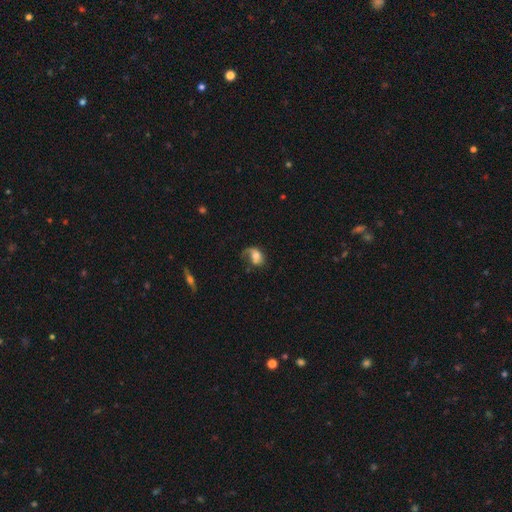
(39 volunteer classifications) Smooth or featured? featured or disk (56%)
Edge-on disk? no (95%)
Bar? no (76%)
Spiral arms? yes (86%)
Spiral winding? loose (56%)
Spiral arm count? 1 (78%)
Bulge size? moderate (67%)
Merging? none (46%)